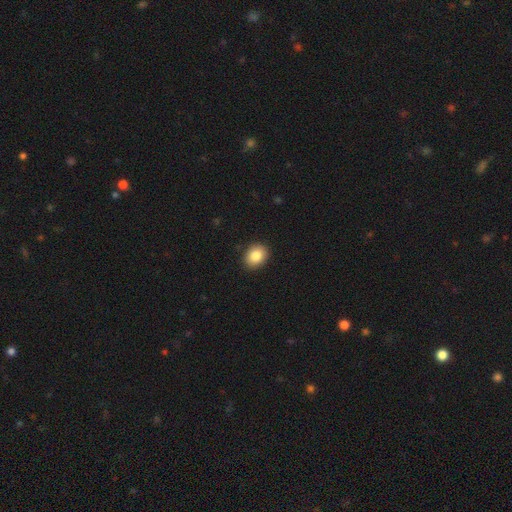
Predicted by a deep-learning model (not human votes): Smooth or featured? smooth (85%)
How rounded? in between (55%)
Merging? none (90%)